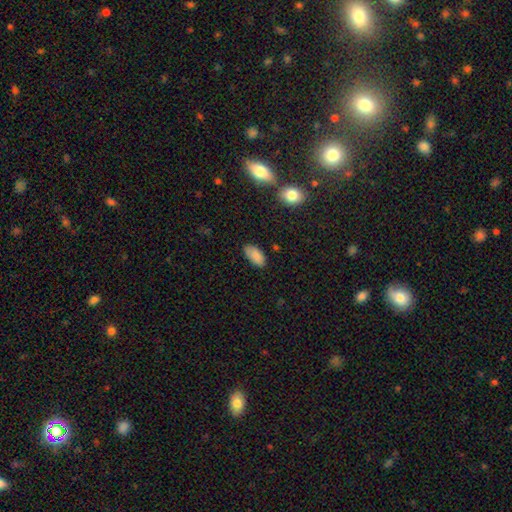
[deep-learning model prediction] smooth-or-featured: smooth: 87% | star or artifact: 8% | featured or disk: 5%
  how-rounded: in between: 94% | cigar-shaped: 4% | round: 2%
  merging: none: 80% | minor disturbance: 15% | major disturbance: 3% | merger: 1%